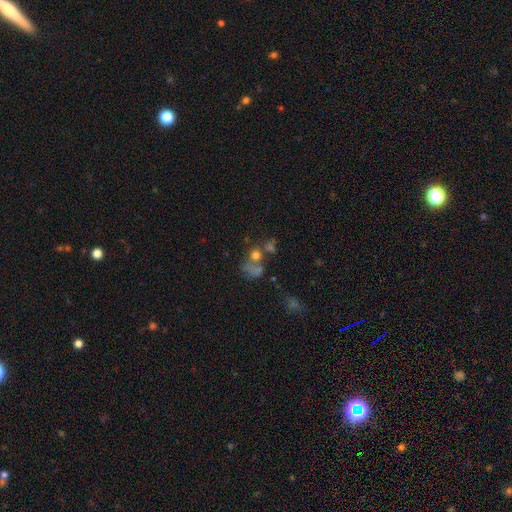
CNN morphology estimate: smooth-or-featured: smooth: 62% | star or artifact: 21% | featured or disk: 17%
  how-rounded: round: 71% | in between: 27% | cigar-shaped: 2%
  merging: merger: 43% | none: 35% | major disturbance: 13% | minor disturbance: 10%